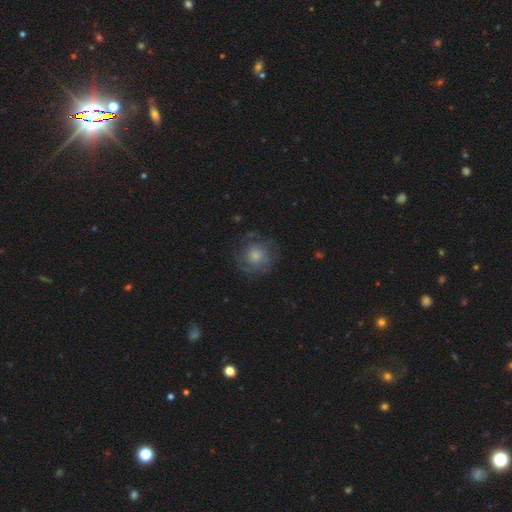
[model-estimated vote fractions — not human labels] This is possibly a smooth galaxy (52%). How rounded: clearly round (90%). Merging: likely none (69%).